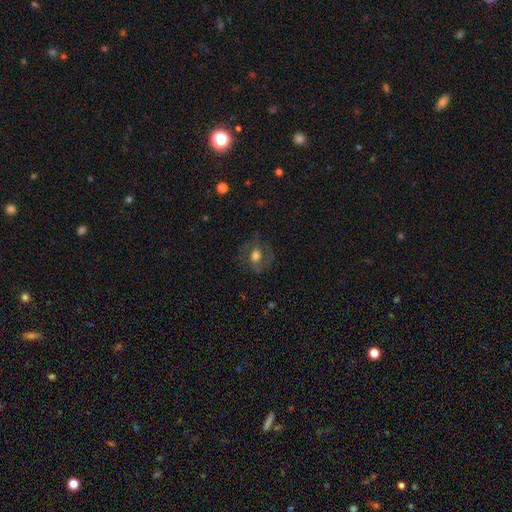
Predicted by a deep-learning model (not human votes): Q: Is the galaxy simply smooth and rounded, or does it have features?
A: smooth — 52%.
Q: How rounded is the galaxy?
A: round — 54%.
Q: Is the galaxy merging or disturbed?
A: none — 69%.